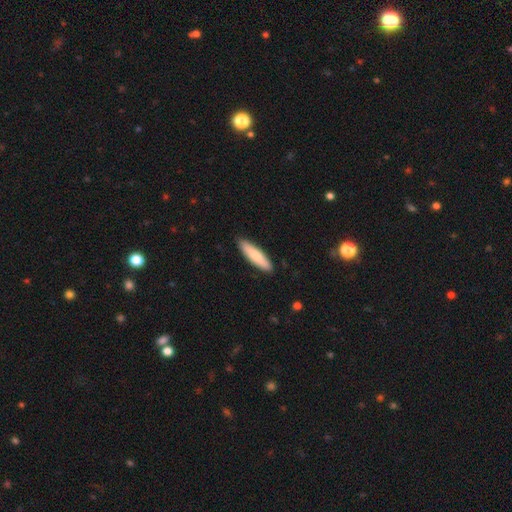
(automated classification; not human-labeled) This is likely a smooth galaxy (80%). How rounded: likely cigar-shaped (76%). Merging: clearly none (90%).